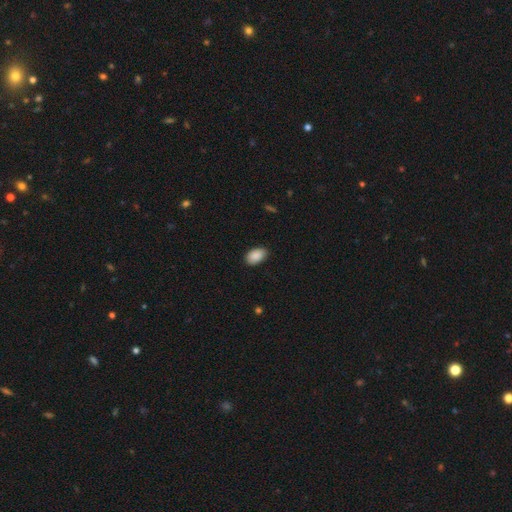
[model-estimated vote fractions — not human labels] This appears to be a smooth galaxy with no disk features (90%) that is in between round and cigar-shaped (91%). Merging: none (87%).